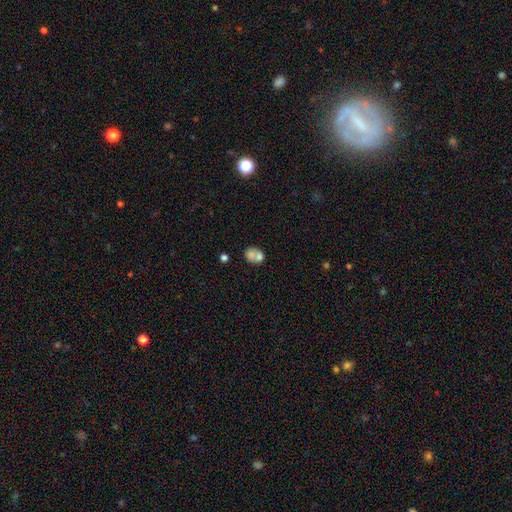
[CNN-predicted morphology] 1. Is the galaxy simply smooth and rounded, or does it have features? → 68% smooth, 22% featured or disk, 10% star or artifact.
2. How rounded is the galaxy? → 52% round, 47% in between, 1% cigar-shaped.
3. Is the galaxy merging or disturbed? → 48% merger, 34% none, 12% minor disturbance, 6% major disturbance.